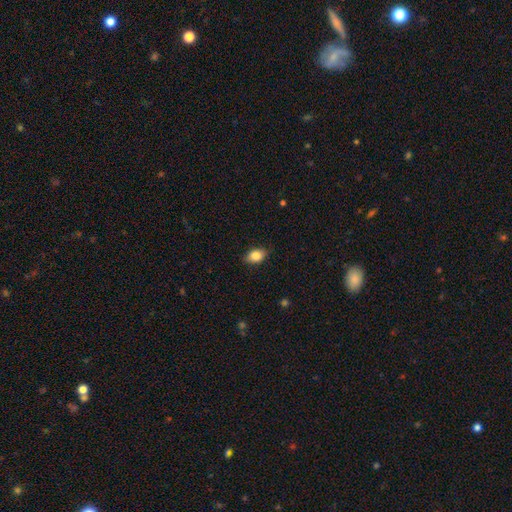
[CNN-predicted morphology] This is clearly a smooth galaxy (85%). How rounded: clearly in between (83%). Merging: clearly none (83%).